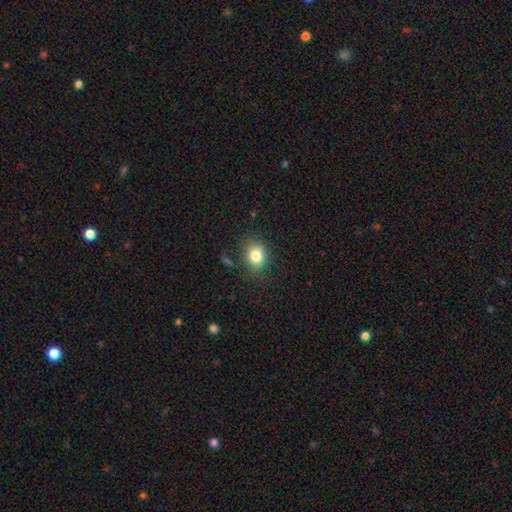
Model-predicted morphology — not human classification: Overall: smooth (81%). How rounded: in between (50%; round 49%). Merging: none (77%).